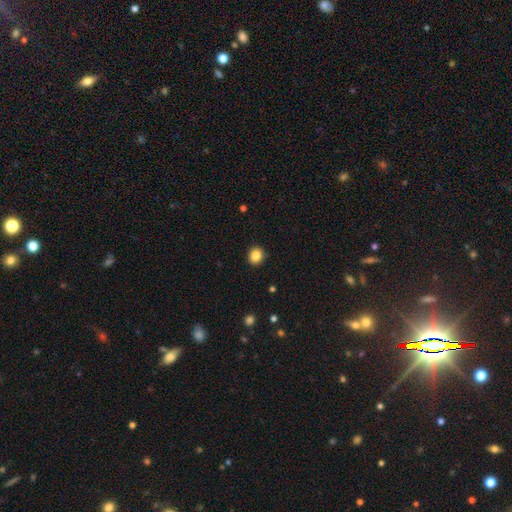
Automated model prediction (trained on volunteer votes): This is clearly a smooth galaxy (85%). How rounded: likely round (80%). Merging: clearly none (92%).